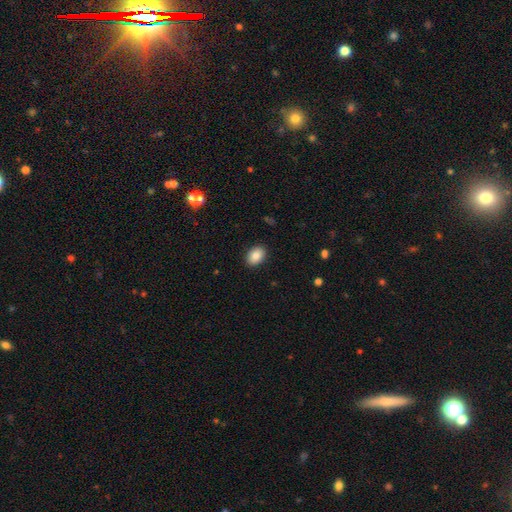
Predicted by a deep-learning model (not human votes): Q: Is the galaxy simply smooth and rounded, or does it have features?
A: smooth — 86%.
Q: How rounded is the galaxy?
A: in between — 80%.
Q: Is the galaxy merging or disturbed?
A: none — 90%.